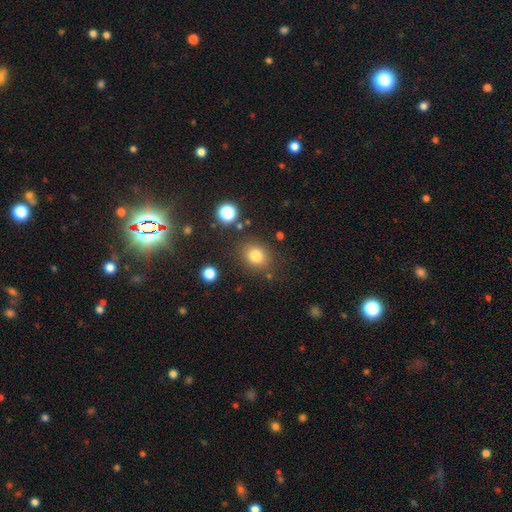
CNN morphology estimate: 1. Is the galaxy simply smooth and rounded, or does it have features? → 80% smooth, 13% star or artifact, 7% featured or disk.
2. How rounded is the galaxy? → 60% round, 39% in between, 1% cigar-shaped.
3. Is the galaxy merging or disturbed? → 81% none, 11% minor disturbance, 4% major disturbance, 4% merger.